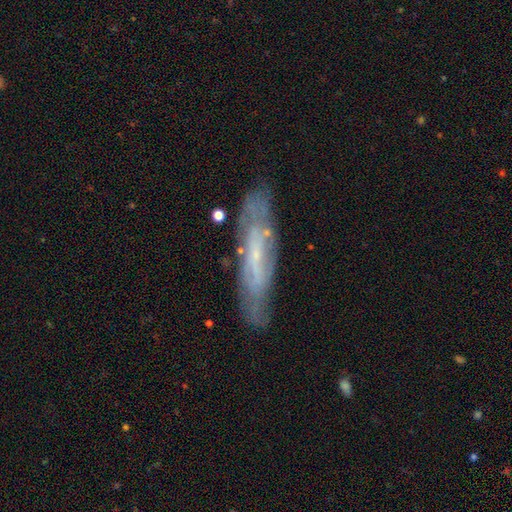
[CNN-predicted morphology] smooth-or-featured: featured or disk: 68% | smooth: 25% | star or artifact: 8%
  disk-edge-on: no: 56% | yes: 44%
  merging: none: 77% | minor disturbance: 17% | major disturbance: 5% | merger: 2%